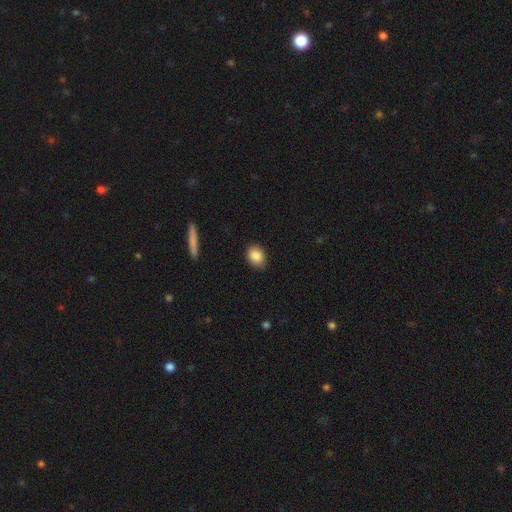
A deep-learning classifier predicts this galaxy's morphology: smooth-or-featured: smooth: 86% | star or artifact: 8% | featured or disk: 6%
  how-rounded: in between: 57% | round: 41% | cigar-shaped: 2%
  merging: none: 86% | minor disturbance: 11% | major disturbance: 2% | merger: 1%